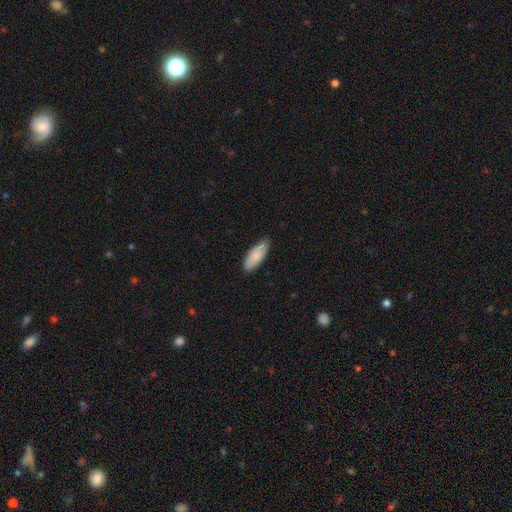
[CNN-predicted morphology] Smooth or featured? Predicted: smooth (p=0.84). How rounded? Predicted: in between (p=0.75). Merging? Predicted: none (p=0.79).